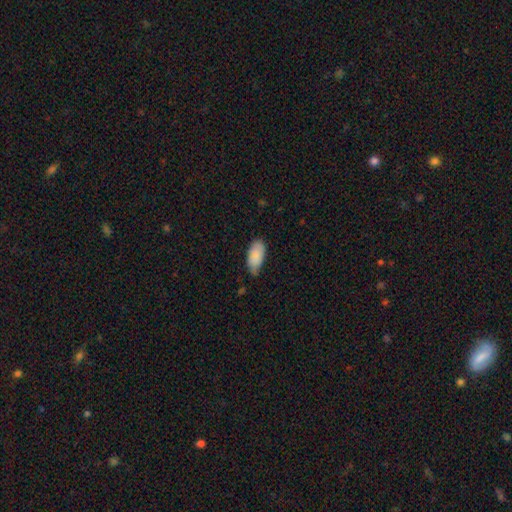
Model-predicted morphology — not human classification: A smooth galaxy with no disk features (87%) that is in between round and cigar-shaped (93%).

Vote fractions:
- Smooth or featured? smooth: 87% / featured or disk: 6% / star or artifact: 6%
- How rounded? in between: 93% / cigar-shaped: 5% / round: 2%
- Merging? none: 56% / minor disturbance: 37% / major disturbance: 5% / merger: 2%